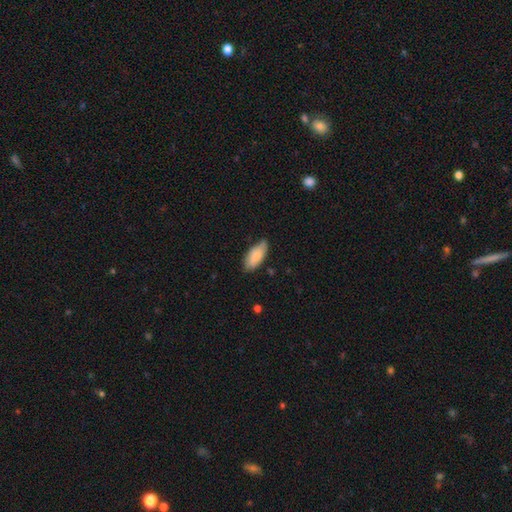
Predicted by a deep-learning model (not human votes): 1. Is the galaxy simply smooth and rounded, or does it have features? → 84% smooth, 10% featured or disk, 6% star or artifact.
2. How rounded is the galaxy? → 86% in between, 12% cigar-shaped, 2% round.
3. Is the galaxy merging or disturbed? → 71% none, 24% minor disturbance, 3% major disturbance, 1% merger.